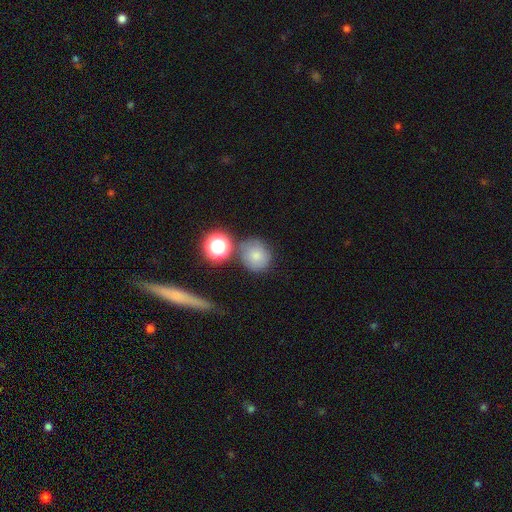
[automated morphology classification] Overall: smooth (67%). How rounded: round (80%). Merging: none (73%).